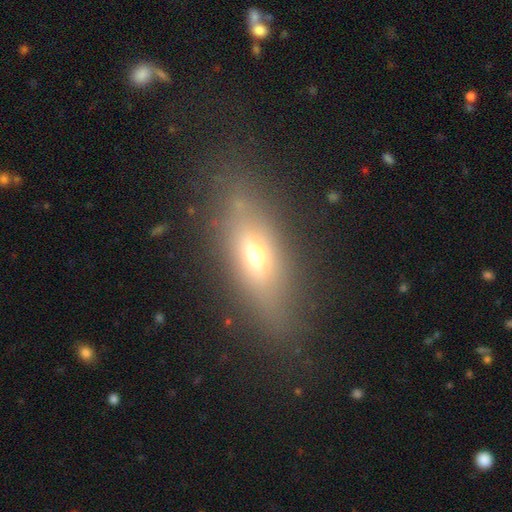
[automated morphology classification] Overall: smooth (53%; featured or disk 35%). How rounded: in between (57%; cigar-shaped 37%). Merging: none (78%).